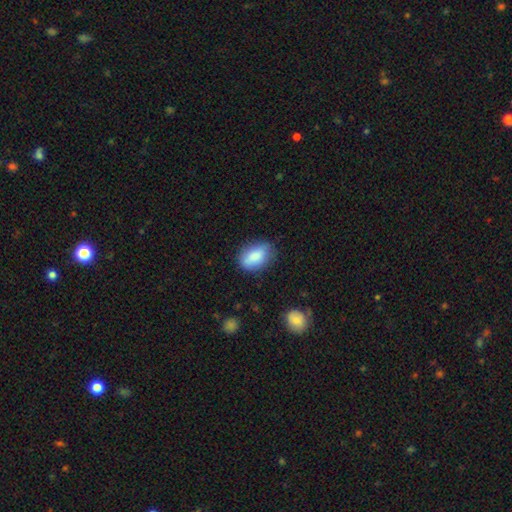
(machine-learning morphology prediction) Smooth or featured: smooth — 83% (featured or disk — 10%)
How rounded: in between — 87% (round — 10%)
Merging: none — 75% (minor disturbance — 19%)